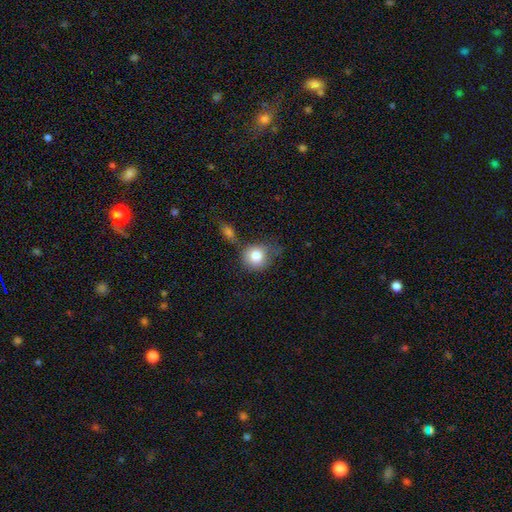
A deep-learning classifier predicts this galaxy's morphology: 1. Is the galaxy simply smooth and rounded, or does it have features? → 81% smooth, 11% featured or disk, 9% star or artifact.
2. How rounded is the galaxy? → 82% round, 17% in between, 1% cigar-shaped.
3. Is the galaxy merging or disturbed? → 50% none, 24% minor disturbance, 16% merger, 10% major disturbance.